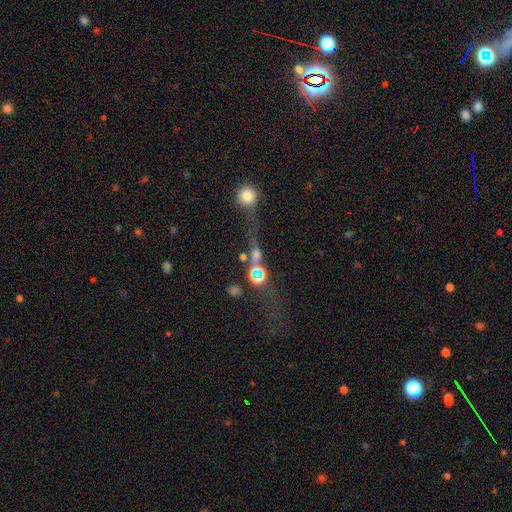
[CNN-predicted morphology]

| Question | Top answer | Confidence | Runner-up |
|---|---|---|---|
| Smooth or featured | star or artifact | 37% | smooth (32%) |